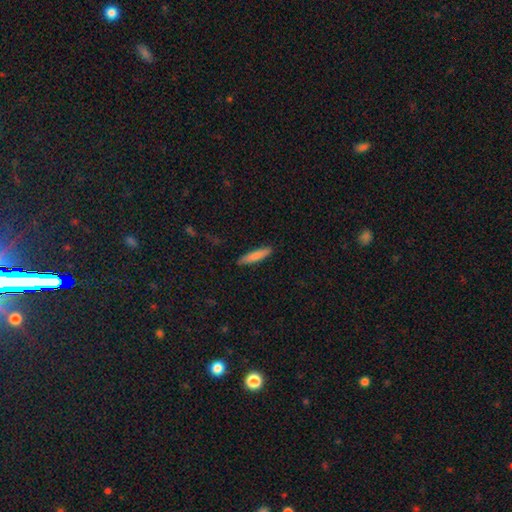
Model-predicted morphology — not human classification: Smooth or featured? smooth (82%)
How rounded? cigar-shaped (86%)
Merging? none (89%)